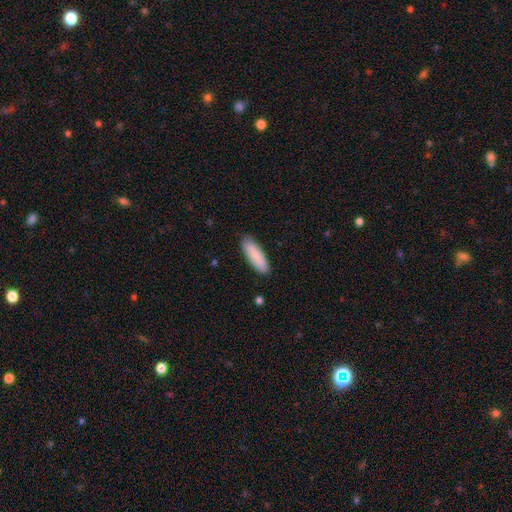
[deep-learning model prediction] Q: Smooth or featured?
A: smooth (88%); runner-up: featured or disk (7%)
Q: How rounded?
A: in between (51%); runner-up: cigar-shaped (48%)
Q: Merging?
A: none (88%); runner-up: minor disturbance (9%)